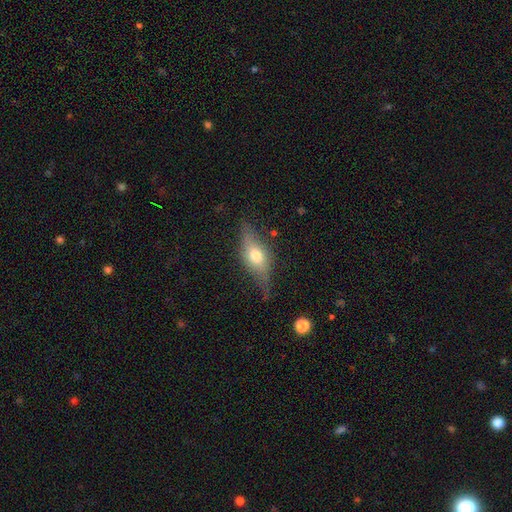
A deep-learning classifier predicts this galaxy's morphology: Smooth or featured? featured or disk (48%)
Merging? none (66%)